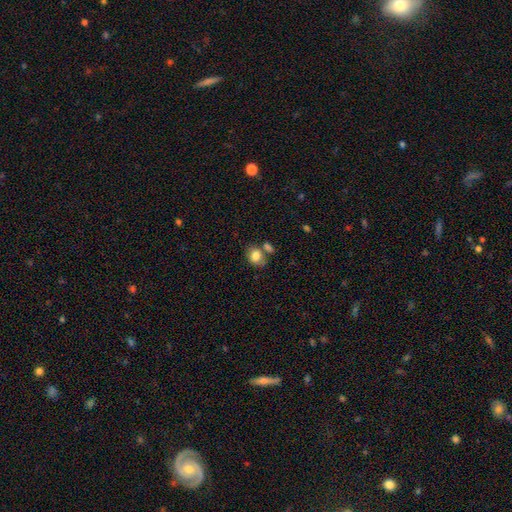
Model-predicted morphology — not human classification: This appears to be a smooth galaxy with no disk features (81%) that is in between round and cigar-shaped (52%). Merging: none (53%).